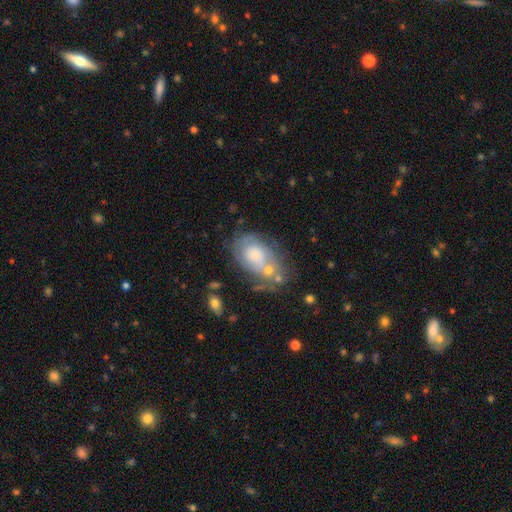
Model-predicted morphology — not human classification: A featured or disk galaxy (54%) with no bar (84%), spiral arms (58%) and a small central bulge (61%).

Vote fractions:
- Smooth or featured? featured or disk: 54% / smooth: 38% / star or artifact: 9%
- Edge-on disk? no: 96% / yes: 4%
- Bar? no: 84% / weak: 14% / strong: 2%
- Spiral arms? yes: 58% / no: 42%
- Bulge size? small: 61% / moderate: 27% / none: 5% / large: 5% / dominant: 2%
- Merging? none: 39% / minor disturbance: 24% / merger: 21% / major disturbance: 16%